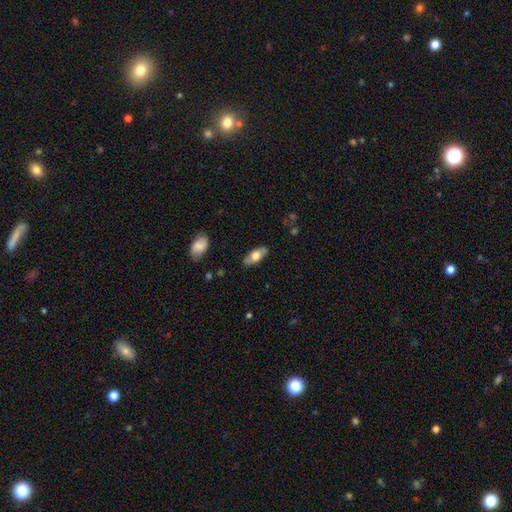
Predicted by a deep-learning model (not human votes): smooth-or-featured: smooth: 62% | featured or disk: 32% | star or artifact: 6%
  how-rounded: in between: 80% | cigar-shaped: 17% | round: 3%
  merging: none: 84% | minor disturbance: 12% | major disturbance: 3% | merger: 1%